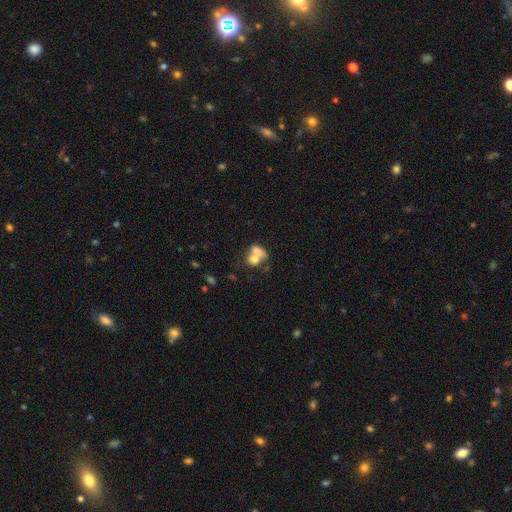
Q: Smooth or featured?
A: smooth (81%); runner-up: featured or disk (16%)
Q: How rounded?
A: in between (63%); runner-up: round (37%)
Q: Merging?
A: merger (75%); runner-up: none (14%)